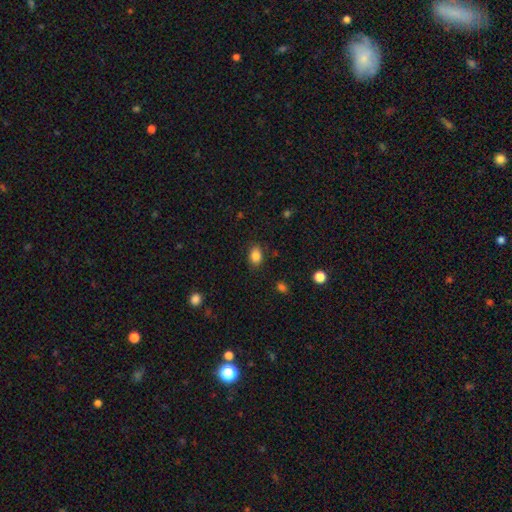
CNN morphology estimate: Q: Smooth or featured?
A: smooth (85%); runner-up: star or artifact (10%)
Q: How rounded?
A: in between (75%); runner-up: round (23%)
Q: Merging?
A: none (85%); runner-up: minor disturbance (11%)